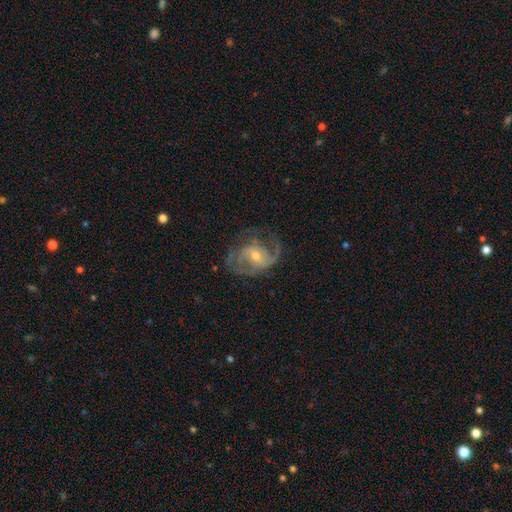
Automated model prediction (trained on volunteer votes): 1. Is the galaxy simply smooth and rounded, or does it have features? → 85% featured or disk, 8% smooth, 6% star or artifact.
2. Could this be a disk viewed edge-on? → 97% no, 3% yes.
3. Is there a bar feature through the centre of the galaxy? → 46% weak, 38% no, 16% strong.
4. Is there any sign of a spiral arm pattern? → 93% yes, 7% no.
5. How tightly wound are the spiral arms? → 48% medium, 27% loose, 25% tight.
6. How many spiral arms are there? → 55% 2, 16% can't tell, 13% 3, 11% 1, 3% 4, 3% more than 4.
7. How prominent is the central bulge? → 52% moderate, 43% small, 2% large, 1% none, 1% dominant.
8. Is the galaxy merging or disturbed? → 58% none, 20% major disturbance, 20% minor disturbance, 2% merger.